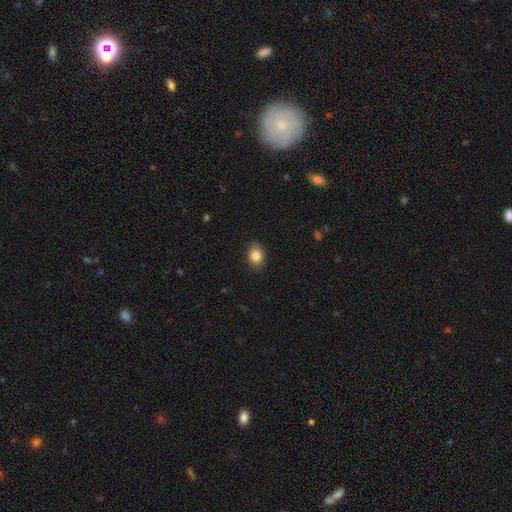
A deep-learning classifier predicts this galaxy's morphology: Smooth or featured? smooth (85%)
How rounded? in between (75%)
Merging? none (88%)